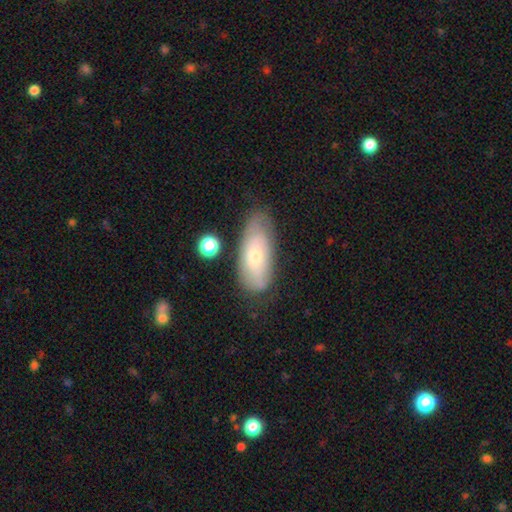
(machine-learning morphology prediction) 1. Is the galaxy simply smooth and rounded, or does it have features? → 51% smooth, 42% featured or disk, 7% star or artifact.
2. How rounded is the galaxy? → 83% in between, 13% cigar-shaped, 4% round.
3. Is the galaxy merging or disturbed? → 68% none, 22% minor disturbance, 6% major disturbance, 3% merger.